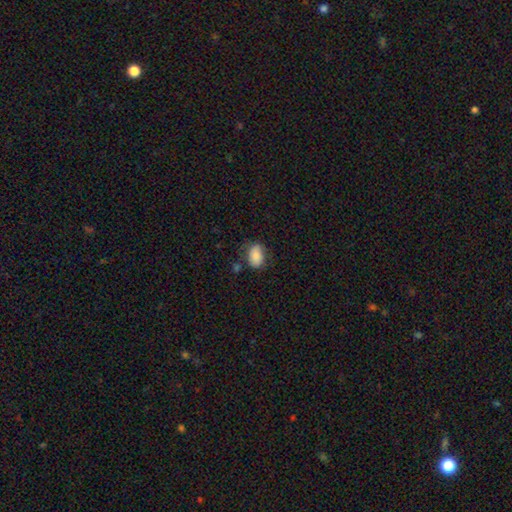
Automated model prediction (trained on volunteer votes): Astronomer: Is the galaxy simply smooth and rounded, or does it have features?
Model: smooth — 82%.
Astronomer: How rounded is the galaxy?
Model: in between — 85%.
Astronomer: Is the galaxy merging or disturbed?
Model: none — 68%.